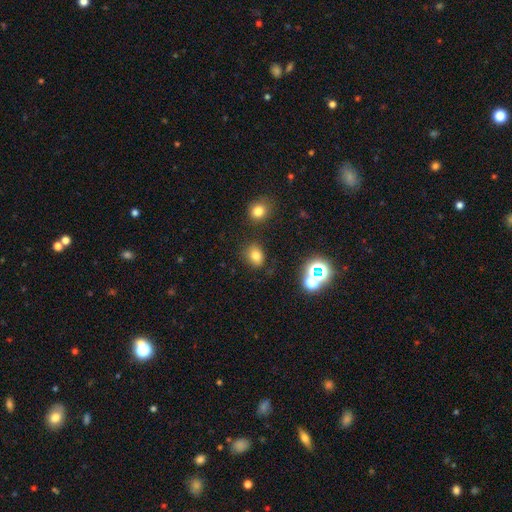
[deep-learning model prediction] Morphology: type=smooth (76%); roundness=in between (52%); merging=none (79%).